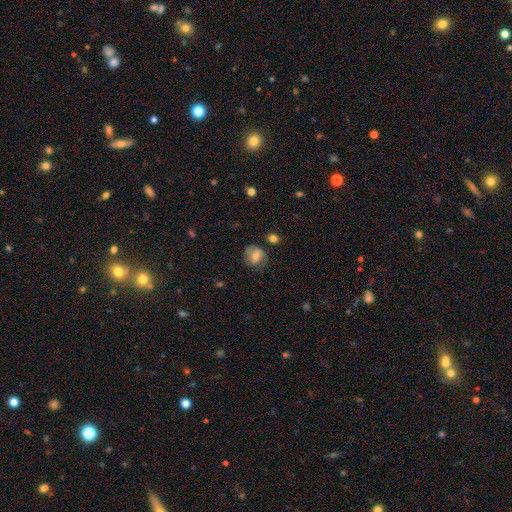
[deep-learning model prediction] This appears to be a smooth galaxy with no disk features (62%) that is round (63%). Merging: none (62%).